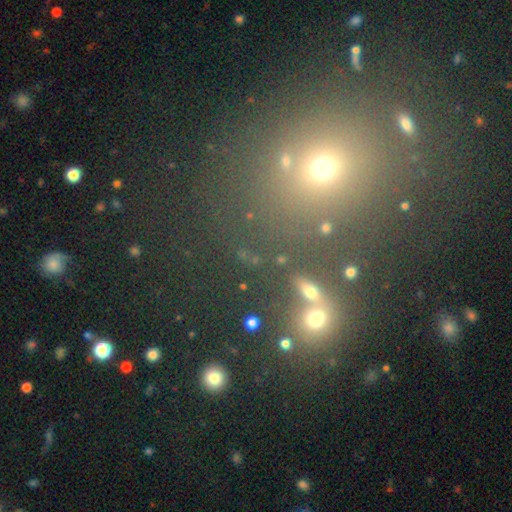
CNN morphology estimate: Smooth or featured: smooth — 46% (star or artifact — 45%)
Merging: none — 74% (merger — 11%)